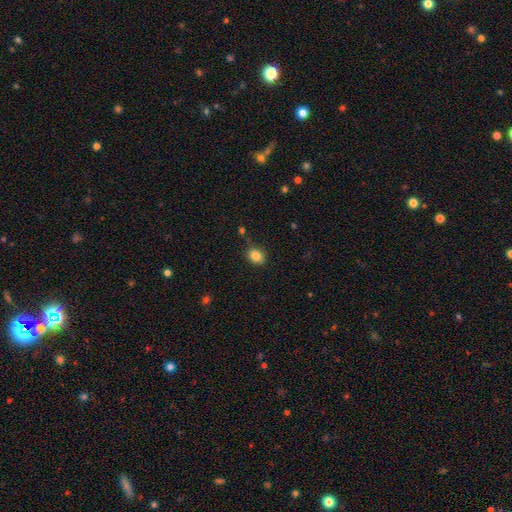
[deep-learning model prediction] A smooth galaxy with no disk features (85%) that is in between round and cigar-shaped (58%). Merging: none (82%).